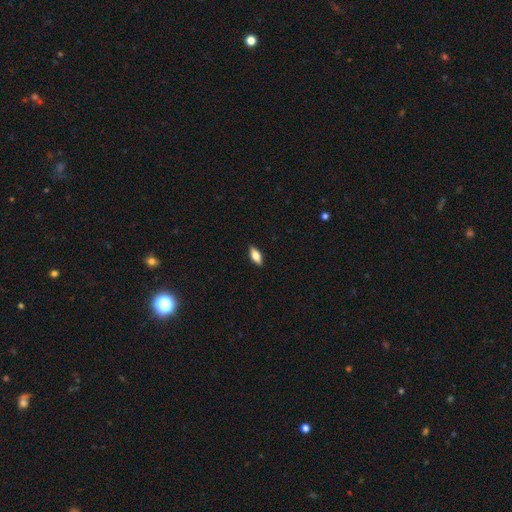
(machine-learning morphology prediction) type=smooth (67%); roundness=in between (78%); merging=none (89%).